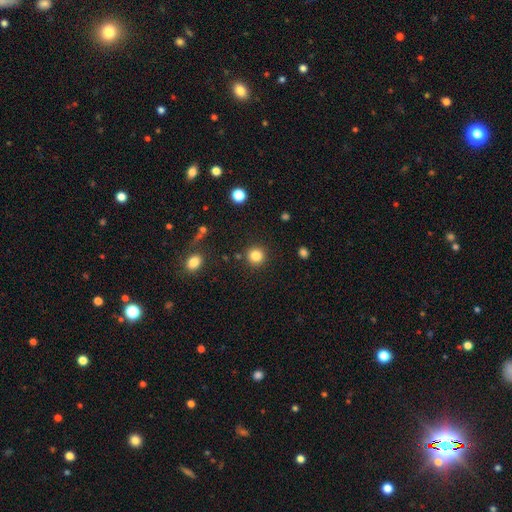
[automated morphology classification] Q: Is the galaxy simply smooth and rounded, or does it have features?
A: smooth — 84%.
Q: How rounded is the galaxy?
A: round — 93%.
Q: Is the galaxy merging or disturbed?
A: none — 90%.